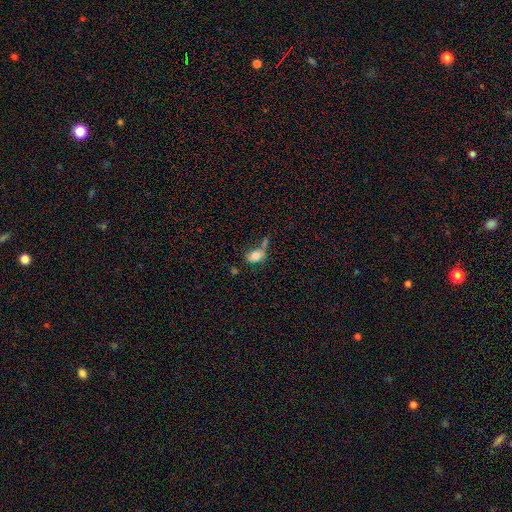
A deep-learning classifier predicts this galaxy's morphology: A smooth galaxy with no disk features (76%) that is in between round and cigar-shaped (75%).

Vote fractions:
- Smooth or featured? smooth: 76% / featured or disk: 15% / star or artifact: 9%
- How rounded? in between: 75% / round: 23% / cigar-shaped: 2%
- Merging? none: 41% / merger: 26% / minor disturbance: 22% / major disturbance: 12%